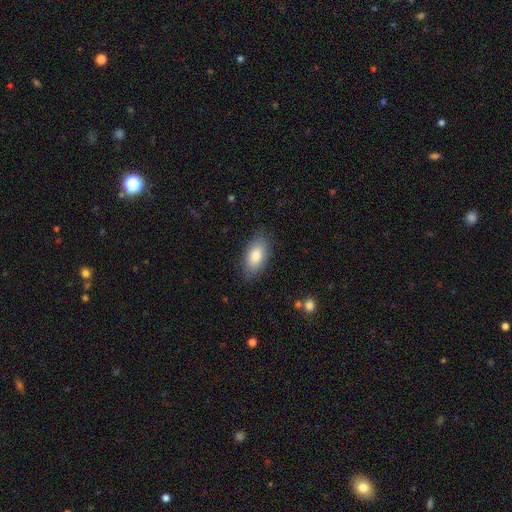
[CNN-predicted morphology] Smooth or featured?
  - smooth: 80% *
  - featured or disk: 13%
  - star or artifact: 7%
How rounded?
  - in between: 91% *
  - round: 5%
  - cigar-shaped: 4%
Merging?
  - none: 84% *
  - minor disturbance: 12%
  - major disturbance: 3%
  - merger: 1%